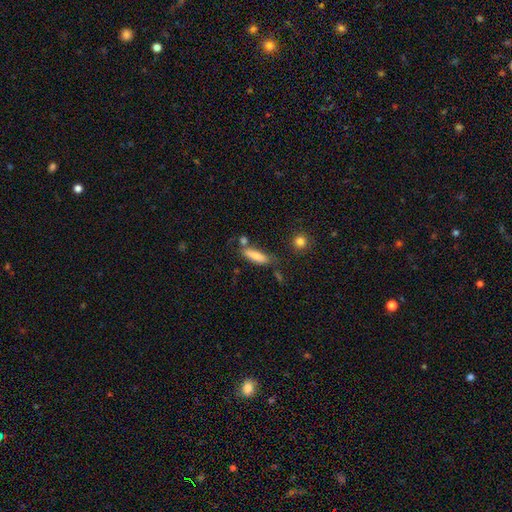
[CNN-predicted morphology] smooth_or_featured: smooth (p=0.76) [alt: featured or disk p=0.17]
how_rounded: cigar-shaped (p=0.53) [alt: in between p=0.45]
merging: none (p=0.64) [alt: minor disturbance p=0.17]